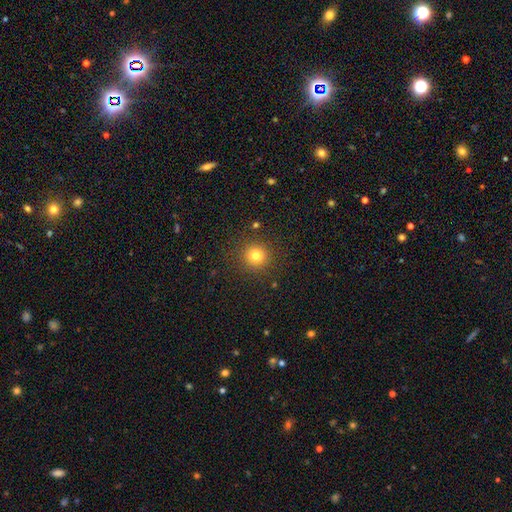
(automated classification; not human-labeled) Overall: smooth (79%). How rounded: round (94%). Merging: none (90%).